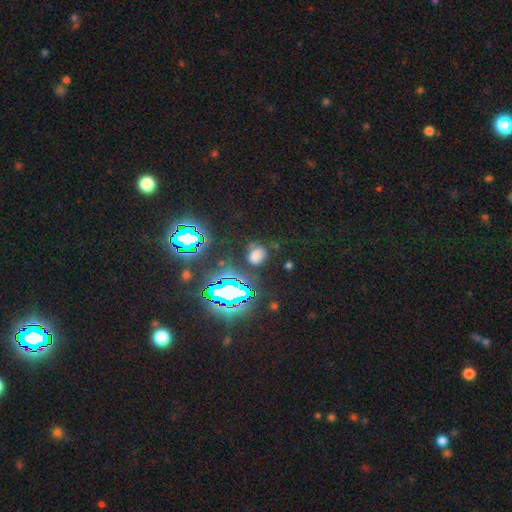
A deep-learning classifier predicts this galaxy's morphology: The model was most divided on "smooth or featured": smooth: 57%, star or artifact: 34%, featured or disk: 9%. More confident: merging — none (72%); how rounded — round (62%).